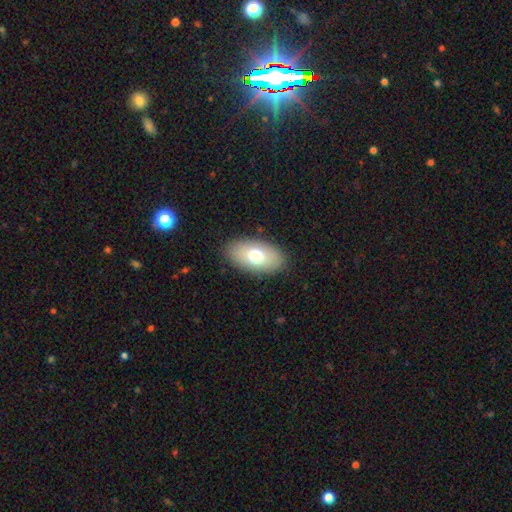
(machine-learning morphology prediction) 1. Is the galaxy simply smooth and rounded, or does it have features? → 71% smooth, 21% featured or disk, 8% star or artifact.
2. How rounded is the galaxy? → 93% in between, 5% round, 2% cigar-shaped.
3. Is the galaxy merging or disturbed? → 87% none, 9% minor disturbance, 3% major disturbance, 1% merger.